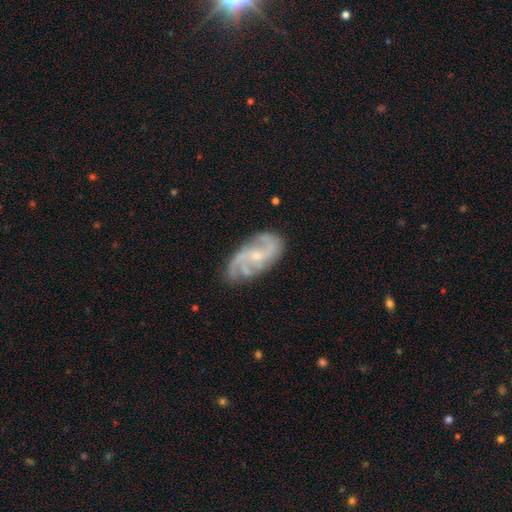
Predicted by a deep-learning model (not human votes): Smooth or featured: featured or disk — 85% (smooth — 9%)
Edge-on disk: no — 96% (yes — 4%)
Bar: no — 57% (weak — 35%)
Spiral arms: yes — 97% (no — 3%)
Spiral winding: medium — 48% (tight — 28%)
Spiral arm count: 2 — 35% (3 — 33%)
Bulge size: small — 69% (moderate — 26%)
Merging: none — 75% (minor disturbance — 18%)